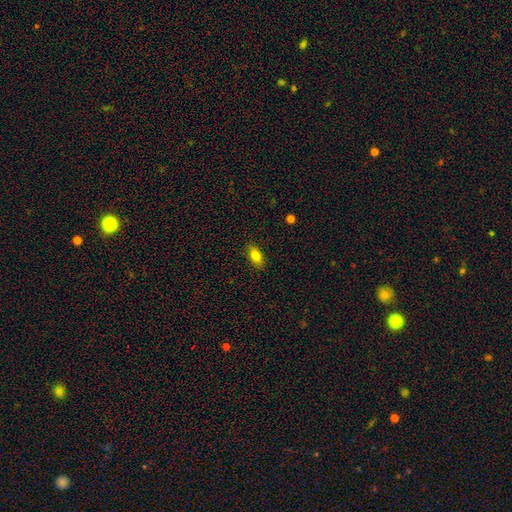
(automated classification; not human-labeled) Smooth or featured: smooth — 82% (featured or disk — 9%)
How rounded: in between — 88% (cigar-shaped — 6%)
Merging: none — 87% (minor disturbance — 9%)